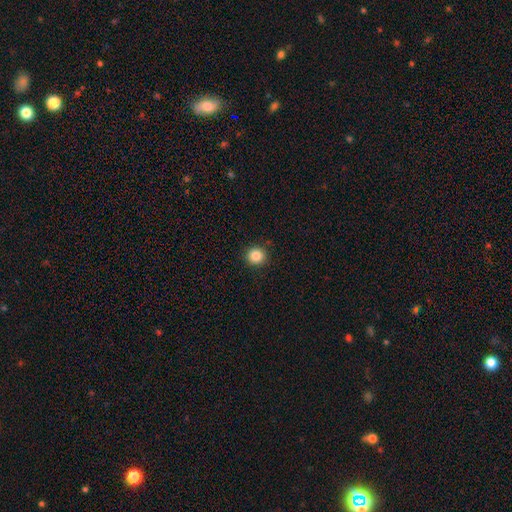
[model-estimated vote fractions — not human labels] Smooth or featured? smooth (86%)
How rounded? round (91%)
Merging? none (91%)